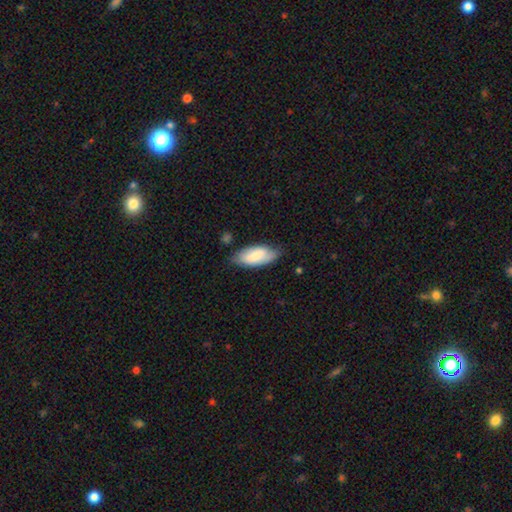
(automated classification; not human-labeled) A smooth galaxy with no disk features (76%) that is in between round and cigar-shaped (88%).

Vote fractions:
- Smooth or featured? smooth: 76% / featured or disk: 19% / star or artifact: 6%
- How rounded? in between: 88% / cigar-shaped: 10% / round: 2%
- Merging? none: 72% / minor disturbance: 23% / major disturbance: 4% / merger: 2%